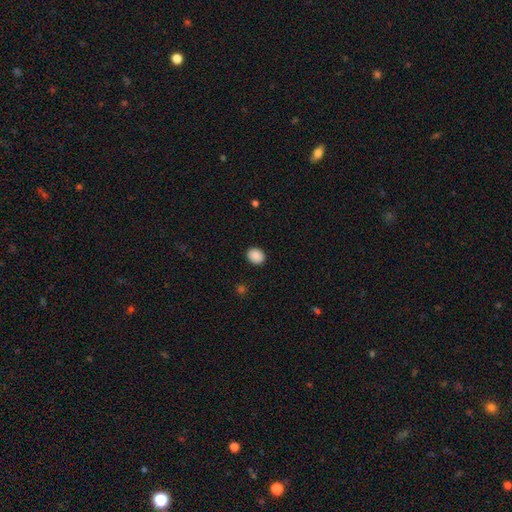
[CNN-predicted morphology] A smooth galaxy with no disk features (89%) that is round (50%). Merging: none (90%).